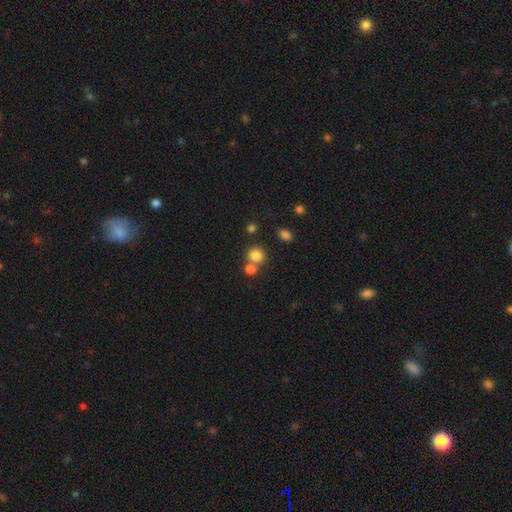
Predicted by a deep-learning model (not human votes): The model was most divided on "merging": none: 62%, merger: 28%, minor disturbance: 7%, major disturbance: 3%. More confident: how rounded — round (88%); smooth or featured — smooth (80%).